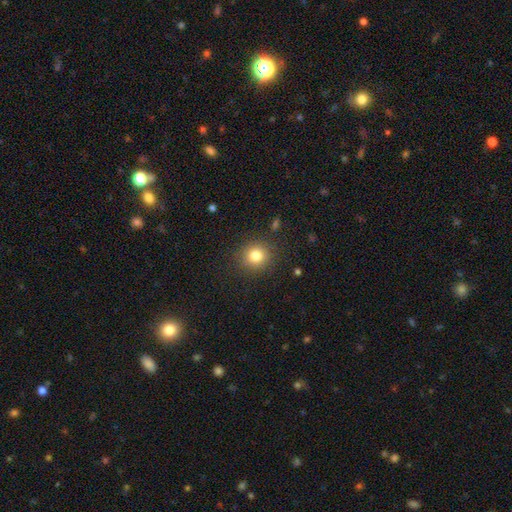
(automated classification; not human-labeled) Overall: smooth (81%). How rounded: round (89%). Merging: none (88%).